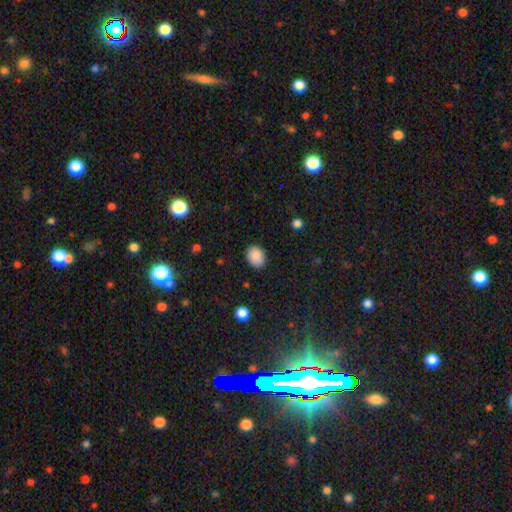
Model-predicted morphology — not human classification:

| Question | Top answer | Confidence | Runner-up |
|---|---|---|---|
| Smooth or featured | smooth | 88% | star or artifact (8%) |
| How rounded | in between | 61% | round (38%) |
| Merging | none | 85% | minor disturbance (12%) |